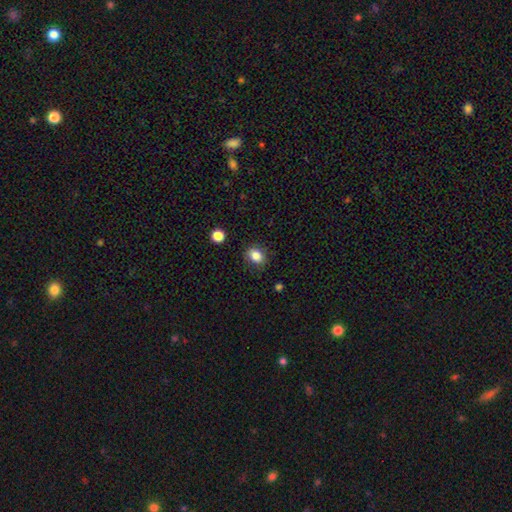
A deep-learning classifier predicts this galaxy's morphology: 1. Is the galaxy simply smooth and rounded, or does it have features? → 83% smooth, 10% star or artifact, 6% featured or disk.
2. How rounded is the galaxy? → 57% in between, 42% round, 1% cigar-shaped.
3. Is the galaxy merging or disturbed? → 83% none, 13% minor disturbance, 3% major disturbance, 2% merger.